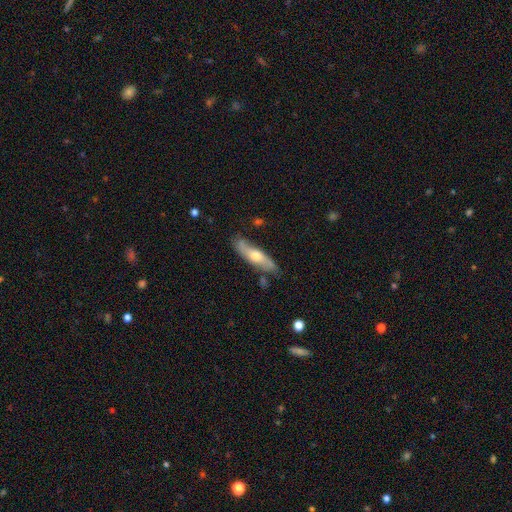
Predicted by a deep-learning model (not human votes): This is possibly a featured or disk galaxy (55%). It is possibly viewed edge-on (51%). Merging: likely none (75%).